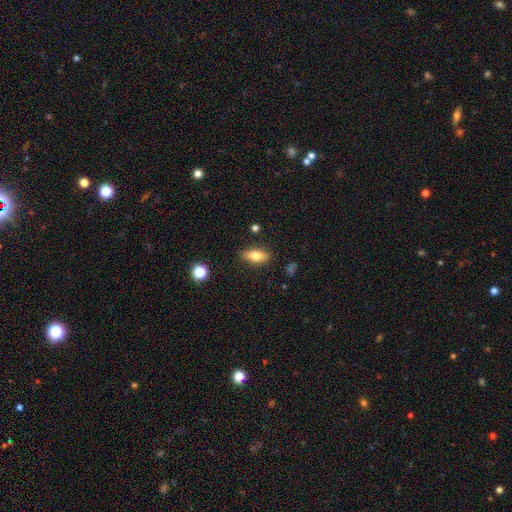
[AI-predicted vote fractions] The model was most divided on "smooth or featured": smooth: 75%, featured or disk: 17%, star or artifact: 8%. More confident: merging — none (86%); how rounded — in between (77%).